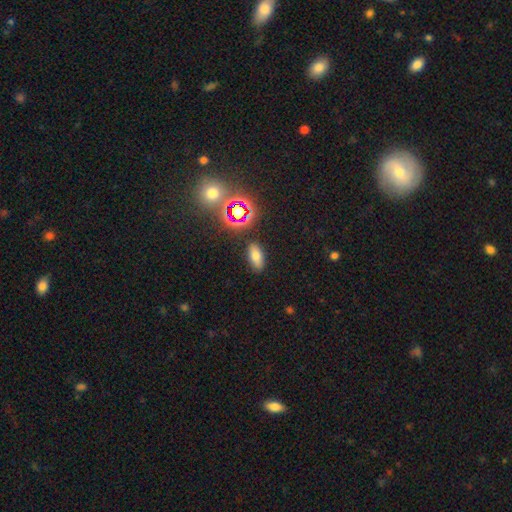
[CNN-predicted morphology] Smooth or featured? Predicted: smooth (p=0.68). How rounded? Predicted: in between (p=0.85). Merging? Predicted: none (p=0.87).